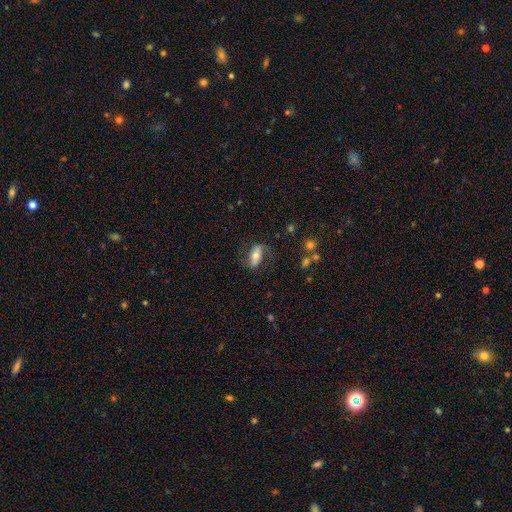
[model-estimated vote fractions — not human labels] Smooth or featured?
  - featured or disk: 50% *
  - smooth: 42%
  - star or artifact: 7%
Edge-on disk?
  - no: 85% *
  - yes: 15%
Merging?
  - none: 65% *
  - minor disturbance: 19%
  - major disturbance: 13%
  - merger: 2%